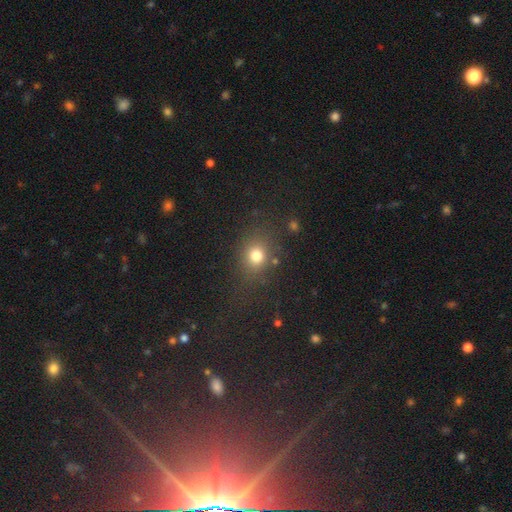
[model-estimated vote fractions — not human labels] Smooth or featured? Predicted: smooth (p=0.76). How rounded? Predicted: round (p=0.64). Merging? Predicted: none (p=0.74).